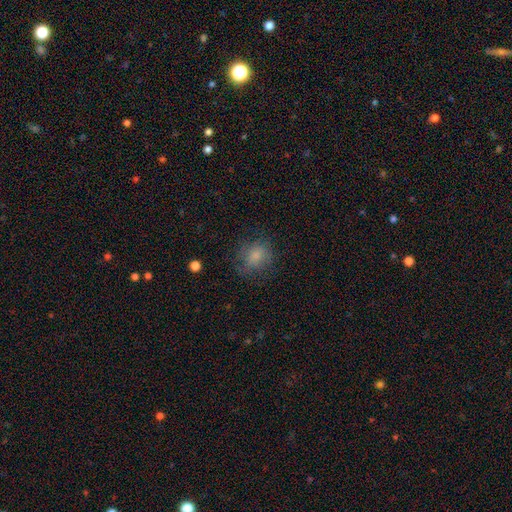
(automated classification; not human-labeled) A smooth galaxy with no disk features (77%) that is round (73%). Merging: none (70%).